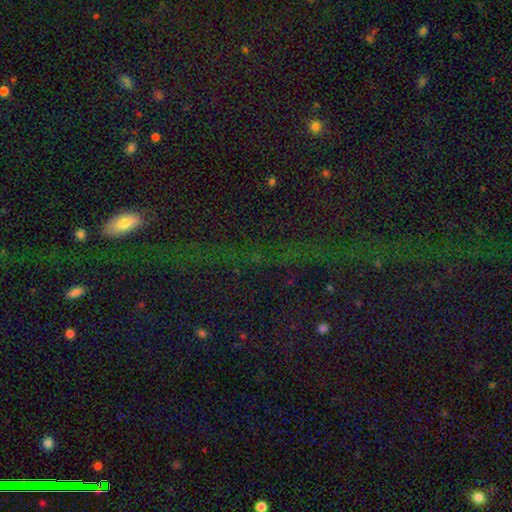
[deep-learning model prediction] Smooth or featured: star or artifact — 70% (smooth — 17%)